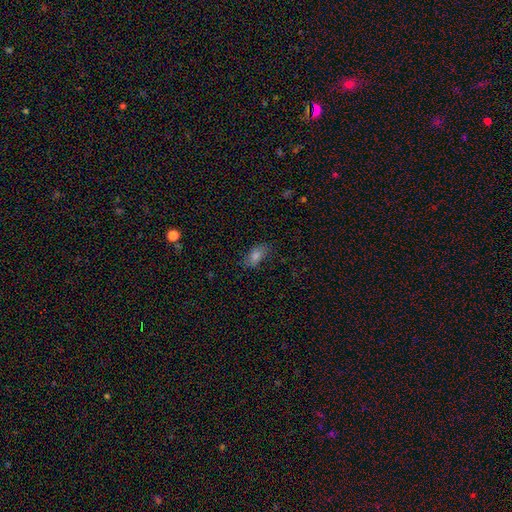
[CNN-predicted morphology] This is likely a smooth galaxy (69%). How rounded: clearly in between (84%). Merging: likely none (78%).